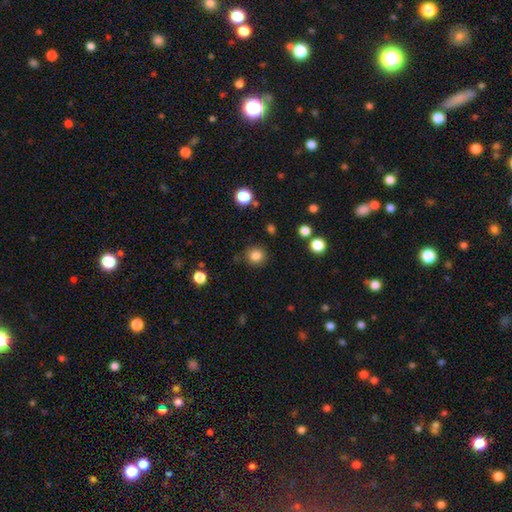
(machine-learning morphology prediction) A smooth galaxy with no disk features (84%) that is round (89%).

Vote fractions:
- Smooth or featured? smooth: 84% / star or artifact: 11% / featured or disk: 4%
- How rounded? round: 89% / in between: 10% / cigar-shaped: 1%
- Merging? none: 85% / minor disturbance: 10% / major disturbance: 3% / merger: 2%